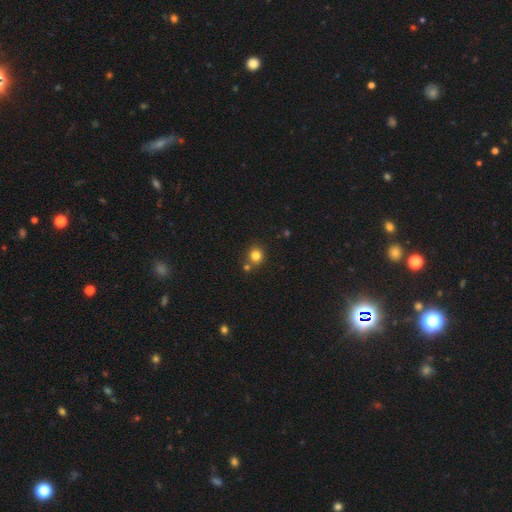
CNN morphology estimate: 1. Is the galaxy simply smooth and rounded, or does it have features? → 82% smooth, 13% star or artifact, 6% featured or disk.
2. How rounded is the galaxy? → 87% round, 12% in between, 1% cigar-shaped.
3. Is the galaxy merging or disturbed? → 73% none, 16% merger, 9% minor disturbance, 3% major disturbance.